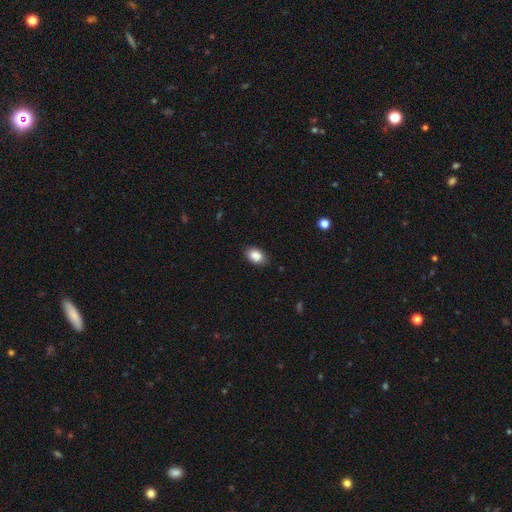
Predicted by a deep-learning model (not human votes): This appears to be a smooth galaxy with no disk features (88%) that is in between round and cigar-shaped (89%). Merging: none (86%).